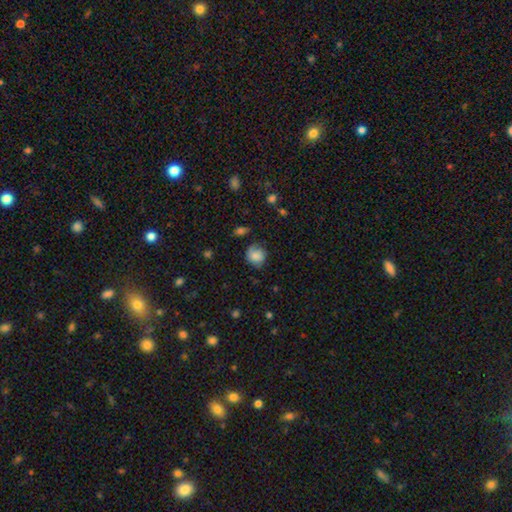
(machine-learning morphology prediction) Smooth or featured? smooth (73%)
How rounded? round (79%)
Merging? none (67%)